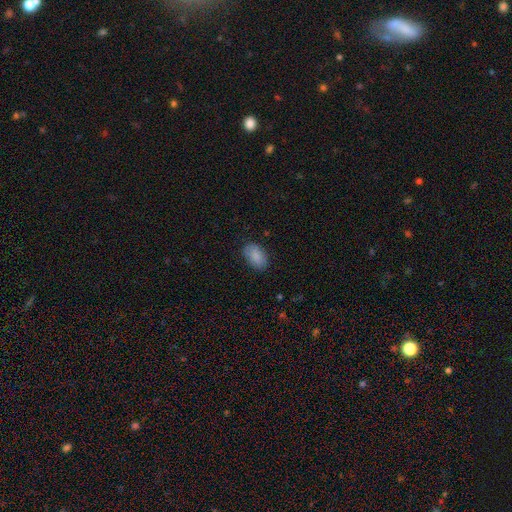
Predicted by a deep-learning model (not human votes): smooth-or-featured: smooth: 88% | star or artifact: 6% | featured or disk: 6%
  how-rounded: in between: 93% | round: 6% | cigar-shaped: 1%
  merging: none: 83% | minor disturbance: 13% | major disturbance: 3% | merger: 1%